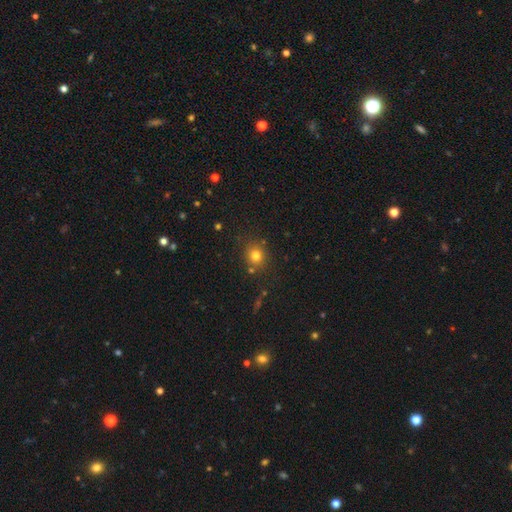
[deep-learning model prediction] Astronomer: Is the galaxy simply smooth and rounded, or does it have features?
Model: smooth — 78%.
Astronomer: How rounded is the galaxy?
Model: round — 84%.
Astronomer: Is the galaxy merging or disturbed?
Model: none — 80%.